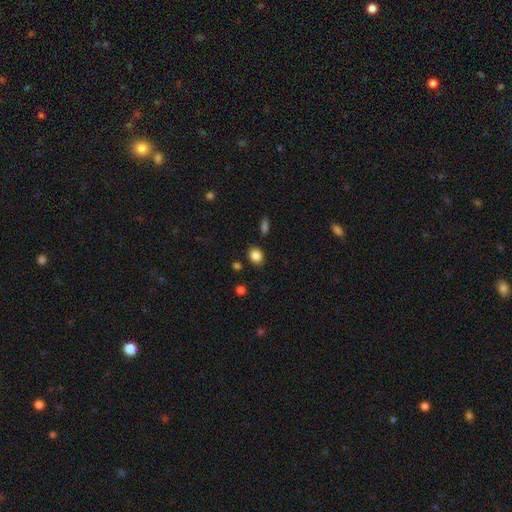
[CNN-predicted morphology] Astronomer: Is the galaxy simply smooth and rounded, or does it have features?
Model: smooth — 85%.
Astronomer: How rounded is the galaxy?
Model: in between — 50% (runner-up: round, 49%).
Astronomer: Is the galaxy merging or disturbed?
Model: none — 84%.